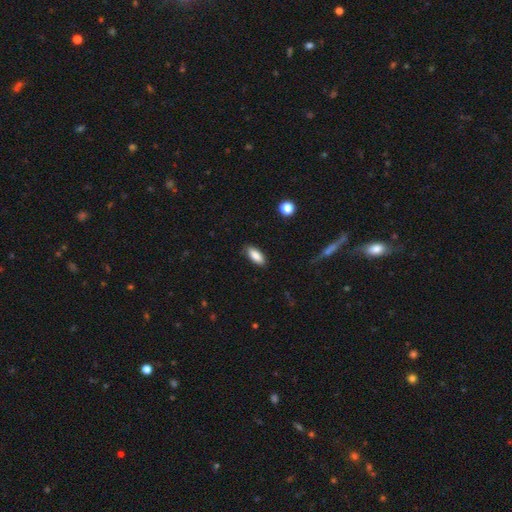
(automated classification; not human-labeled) smooth 86%, featured or disk 7%, star or artifact 7%. Down the decision tree: how rounded — in between (79%); merging — none (87%).